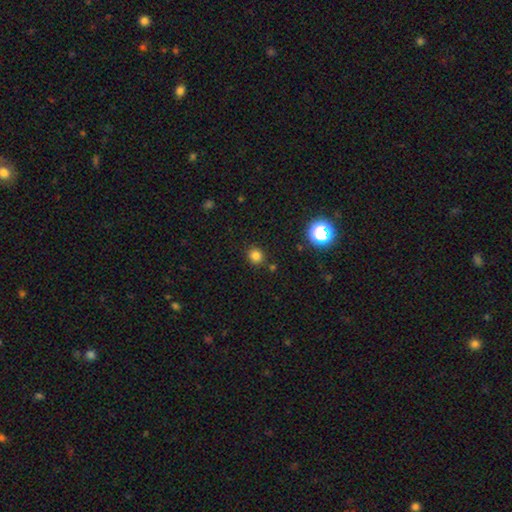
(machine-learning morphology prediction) Smooth or featured?
  - smooth: 80% *
  - star or artifact: 16%
  - featured or disk: 5%
How rounded?
  - round: 83% *
  - in between: 16%
  - cigar-shaped: 1%
Merging?
  - none: 86% *
  - minor disturbance: 8%
  - merger: 4%
  - major disturbance: 2%